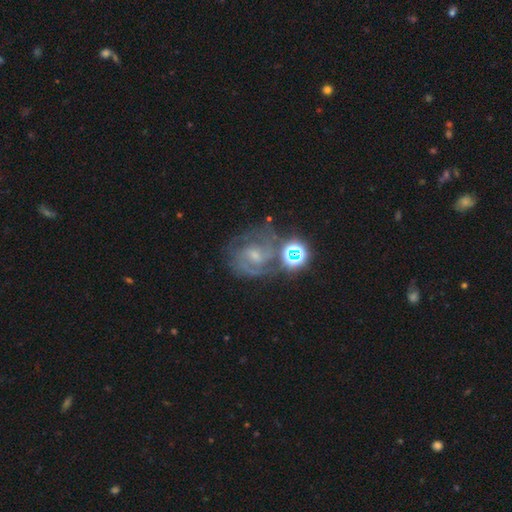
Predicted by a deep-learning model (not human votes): featured or disk 77%, star or artifact 13%, smooth 10%. Down the decision tree: edge-on disk — no (98%); bar — weak (51%); spiral arms — yes (94%); spiral arm count — 2 (49%); spiral winding — medium (46%); bulge size — small (62%); merging — none (60%).